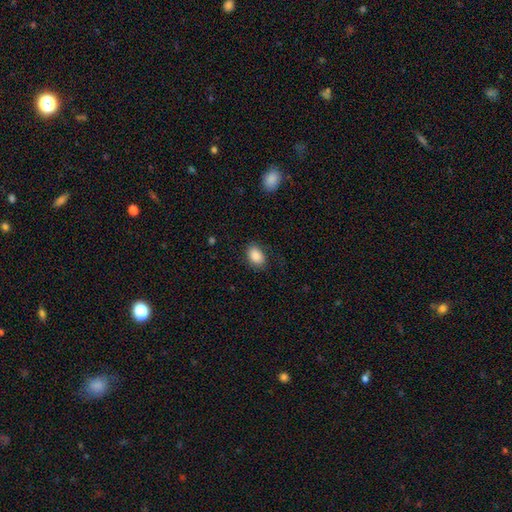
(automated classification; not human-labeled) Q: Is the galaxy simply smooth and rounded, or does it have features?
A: smooth — 88%.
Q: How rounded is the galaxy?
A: in between — 84%.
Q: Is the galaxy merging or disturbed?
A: none — 82%.